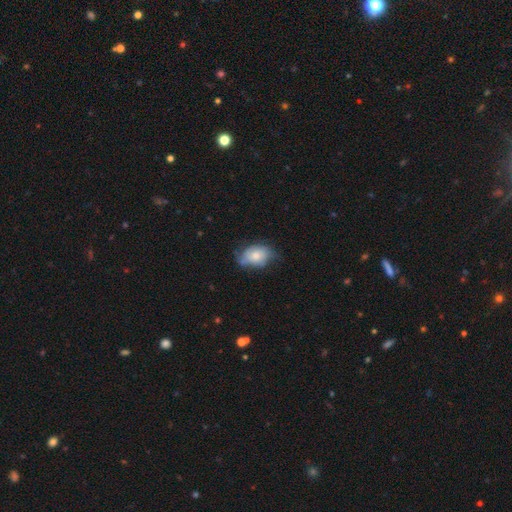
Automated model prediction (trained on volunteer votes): Morphology: type=smooth (62%); roundness=in between (79%); merging=none (49%).